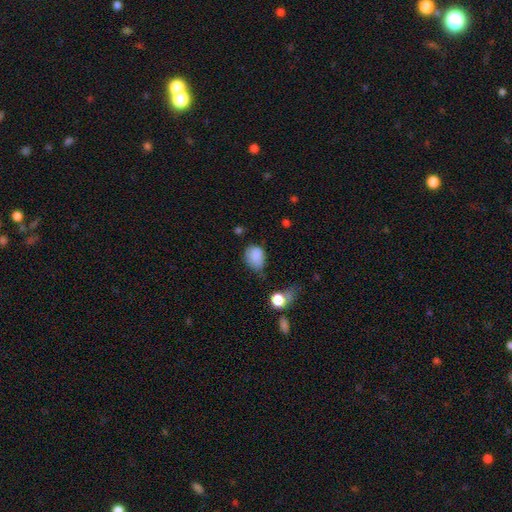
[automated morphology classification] smooth 83%, star or artifact 9%, featured or disk 8%. Down the decision tree: how rounded — in between (61%); merging — minor disturbance (40%).